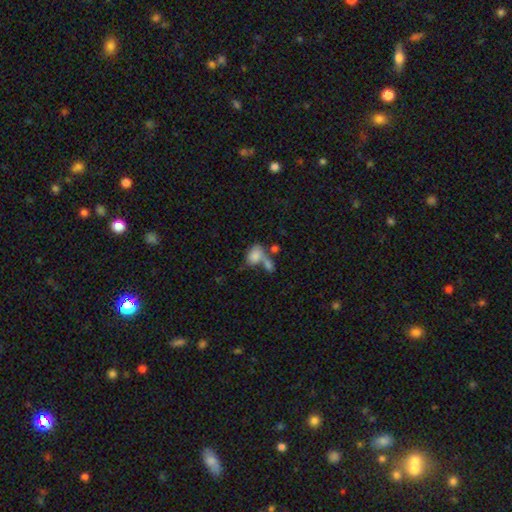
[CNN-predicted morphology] A smooth galaxy with no disk features (79%) that is in between round and cigar-shaped (84%).

Vote fractions:
- Smooth or featured? smooth: 79% / featured or disk: 12% / star or artifact: 9%
- How rounded? in between: 84% / round: 14% / cigar-shaped: 2%
- Merging? merger: 53% / none: 26% / minor disturbance: 12% / major disturbance: 9%